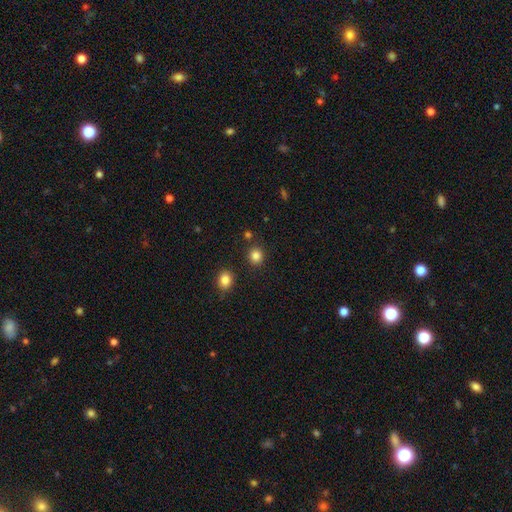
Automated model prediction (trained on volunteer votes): Smooth or featured? smooth (84%)
How rounded? round (85%)
Merging? none (86%)